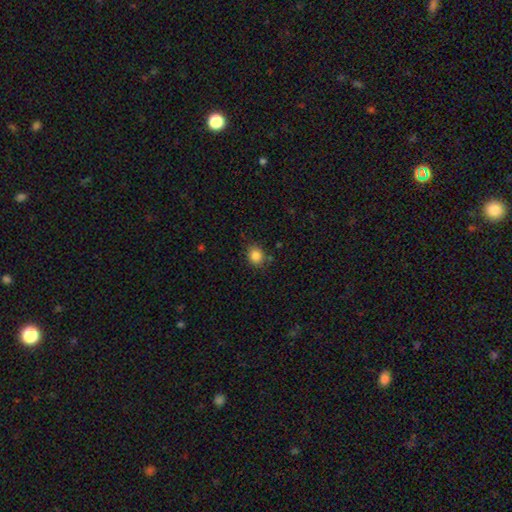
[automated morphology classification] This appears to be a smooth galaxy with no disk features (84%) that is round (71%). Merging: none (79%).